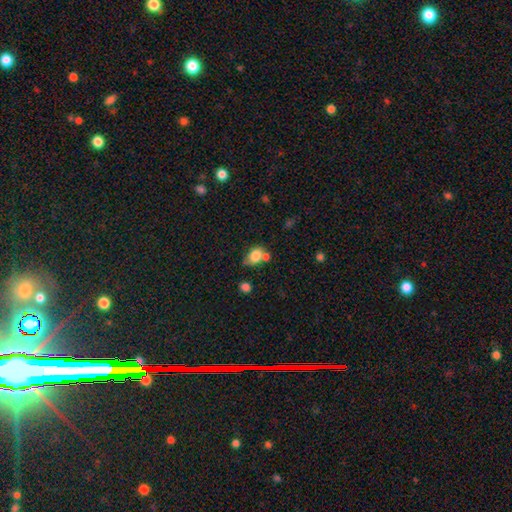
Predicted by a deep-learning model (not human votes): Morphology: type=smooth (78%); roundness=in between (68%); merging=none (40%).